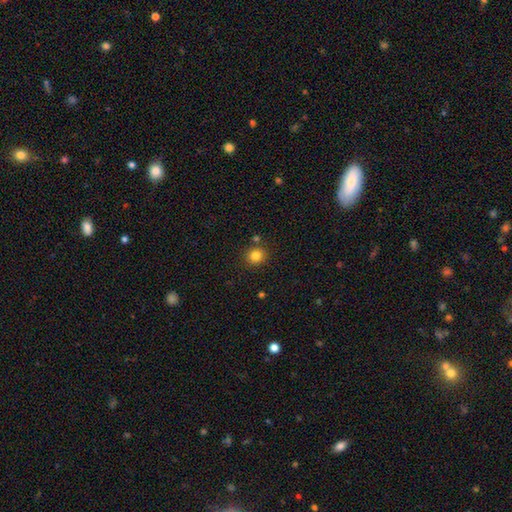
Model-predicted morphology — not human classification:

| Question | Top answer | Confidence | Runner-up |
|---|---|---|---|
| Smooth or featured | smooth | 83% | star or artifact (12%) |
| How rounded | round | 87% | in between (12%) |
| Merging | none | 84% | minor disturbance (8%) |